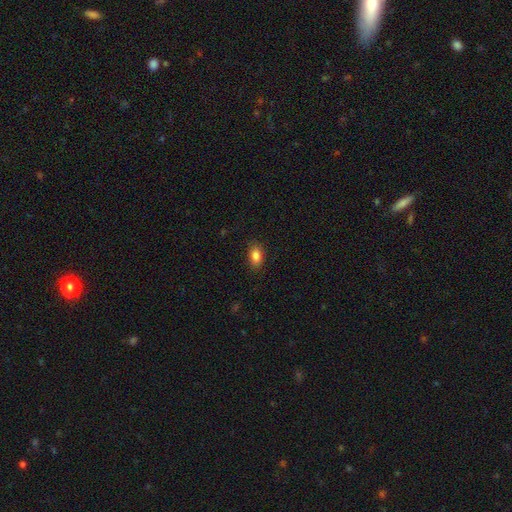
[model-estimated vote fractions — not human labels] Smooth or featured? smooth (86%)
How rounded? in between (88%)
Merging? none (86%)